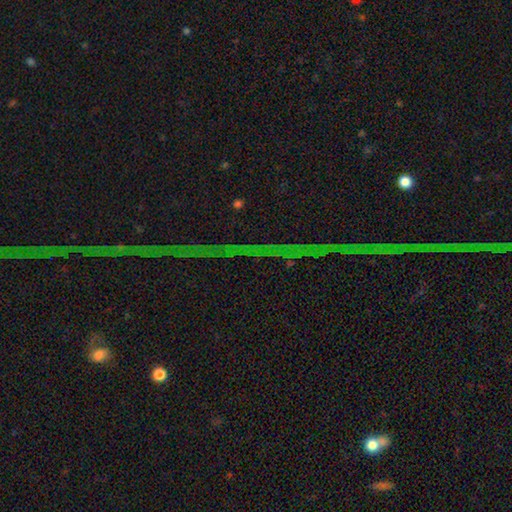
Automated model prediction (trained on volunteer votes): smooth_or_featured: star or artifact (p=0.78) [alt: featured or disk p=0.14]